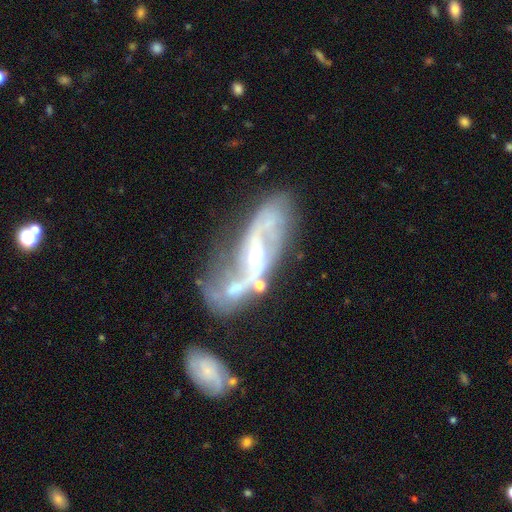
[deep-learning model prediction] The model was most divided on "merging": none: 37%, merger: 33%, minor disturbance: 17%, major disturbance: 13%. Remaining: edge-on disk — no (91%); spiral arms — yes (89%); smooth or featured — featured or disk (83%); spiral arm count — 2 (76%); bulge size — small (57%); bar — no (49%); spiral winding — loose (45%).